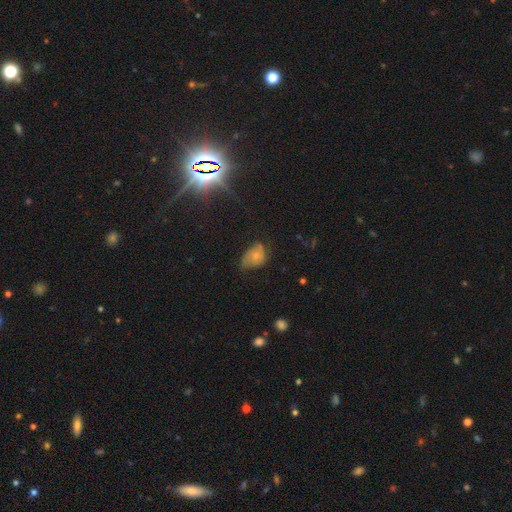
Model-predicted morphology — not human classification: Smooth or featured: smooth — 55% (featured or disk — 31%)
How rounded: in between — 77% (round — 22%)
Merging: minor disturbance — 39% (none — 34%)